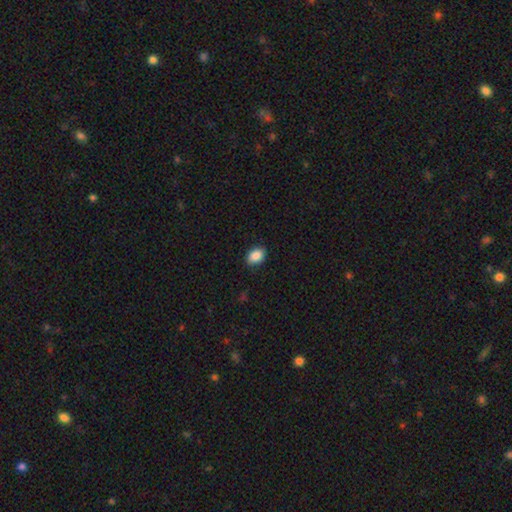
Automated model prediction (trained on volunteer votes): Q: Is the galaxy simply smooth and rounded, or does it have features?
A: smooth — 88%.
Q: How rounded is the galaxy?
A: in between — 75%.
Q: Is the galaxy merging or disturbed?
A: none — 87%.